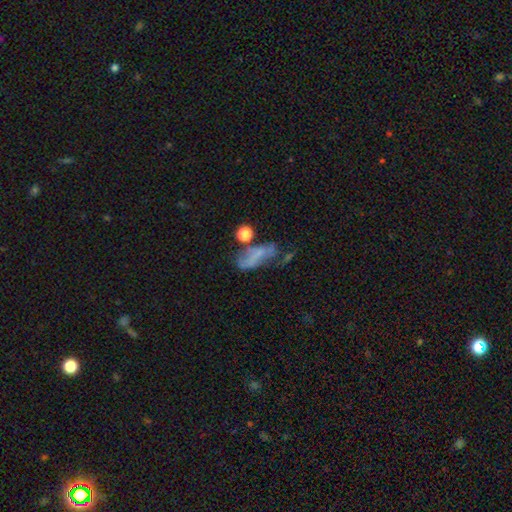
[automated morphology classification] Smooth or featured?
  - smooth: 46% *
  - featured or disk: 37%
  - star or artifact: 17%
Merging?
  - none: 31% *
  - major disturbance: 30%
  - minor disturbance: 22%
  - merger: 17%